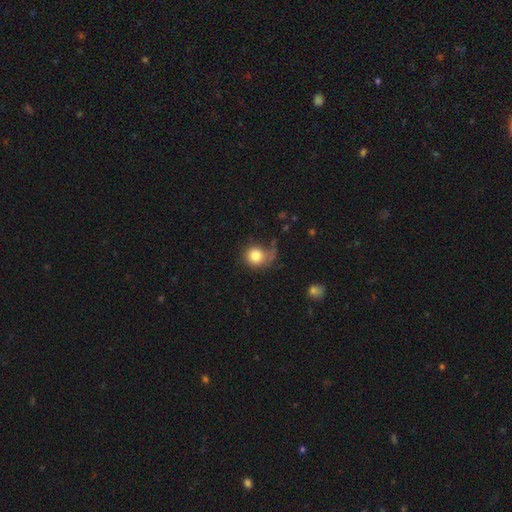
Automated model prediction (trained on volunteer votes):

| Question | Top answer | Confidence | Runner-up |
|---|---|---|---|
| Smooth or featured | smooth | 78% | featured or disk (14%) |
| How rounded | round | 81% | in between (18%) |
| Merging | none | 41% | major disturbance (29%) |